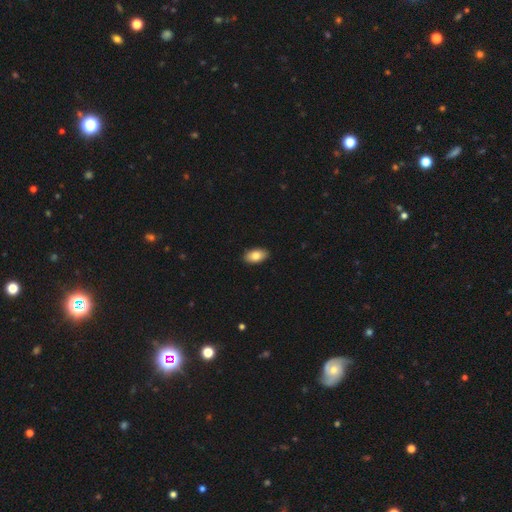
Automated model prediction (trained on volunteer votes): Morphology: type=smooth (84%); roundness=in between (94%); merging=none (90%).